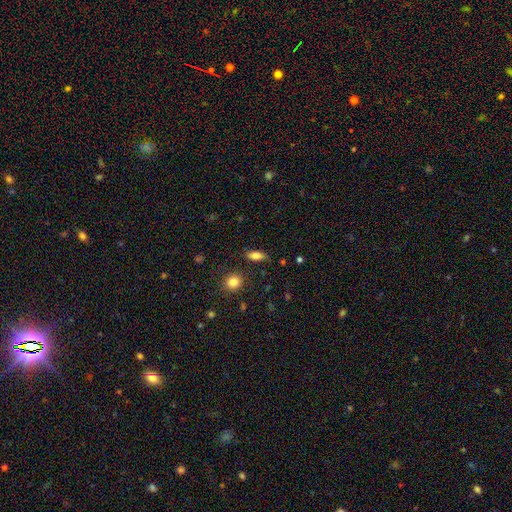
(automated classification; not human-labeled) Smooth or featured? smooth (81%)
How rounded? in between (74%)
Merging? none (81%)